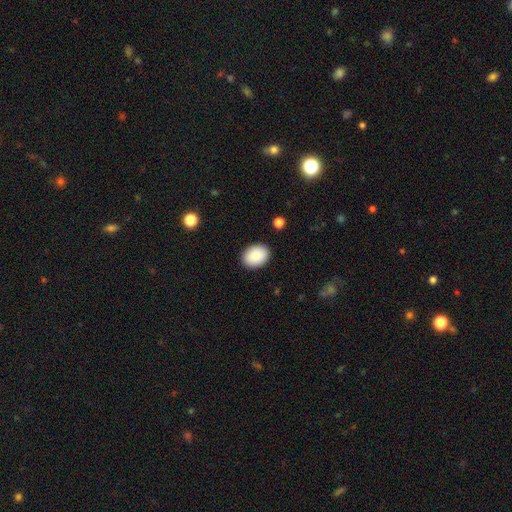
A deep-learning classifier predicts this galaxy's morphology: A smooth galaxy with no disk features (89%) that is in between round and cigar-shaped (72%).

Vote fractions:
- Smooth or featured? smooth: 89% / star or artifact: 7% / featured or disk: 4%
- How rounded? in between: 72% / round: 27% / cigar-shaped: 1%
- Merging? none: 89% / minor disturbance: 8% / major disturbance: 2% / merger: 1%